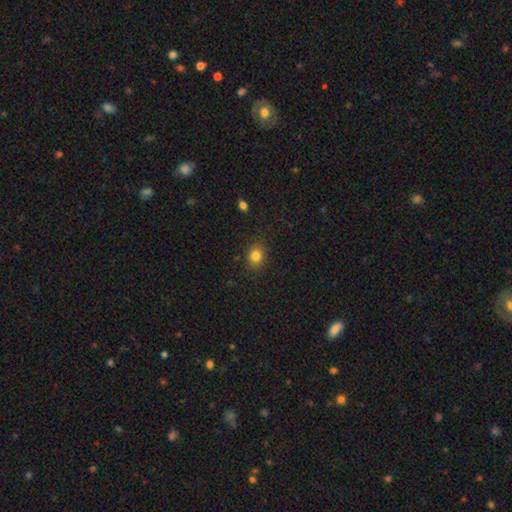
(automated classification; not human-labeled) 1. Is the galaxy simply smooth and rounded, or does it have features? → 82% smooth, 12% star or artifact, 6% featured or disk.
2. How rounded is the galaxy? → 61% round, 38% in between, 1% cigar-shaped.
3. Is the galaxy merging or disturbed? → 85% none, 11% minor disturbance, 3% major disturbance, 1% merger.